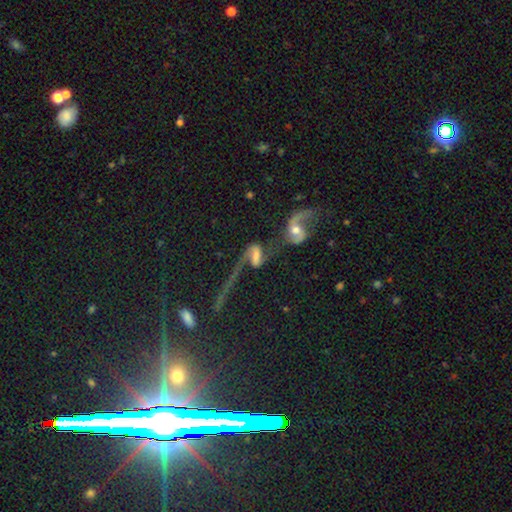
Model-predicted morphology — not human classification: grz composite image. It shows a featured or disk galaxy (66%) with a weak bar (40%), 2 (72%) loose (71%) spiral arms (85%) and a moderate central bulge (39%). Merging: merger (53%).